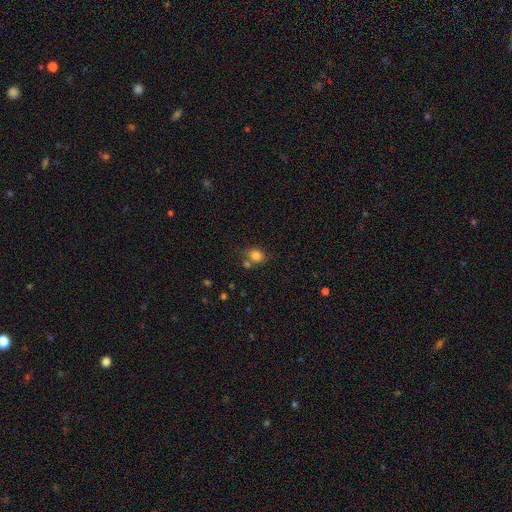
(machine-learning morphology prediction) Q: Smooth or featured?
A: smooth (82%); runner-up: star or artifact (11%)
Q: How rounded?
A: round (59%); runner-up: in between (39%)
Q: Merging?
A: none (60%); runner-up: merger (20%)